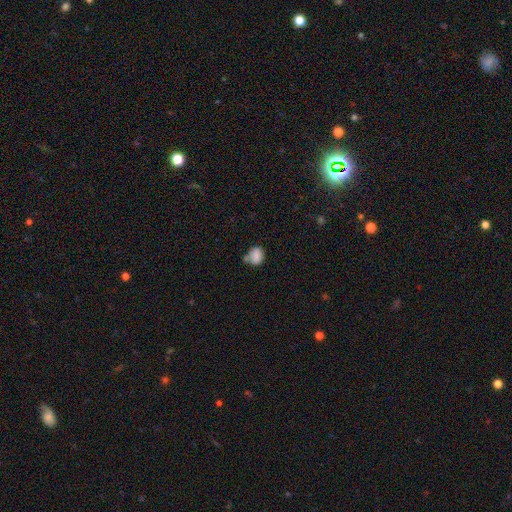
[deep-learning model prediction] Smooth or featured: smooth — 84% (star or artifact — 9%)
How rounded: round — 50% (in between — 49%)
Merging: none — 48% (minor disturbance — 27%)